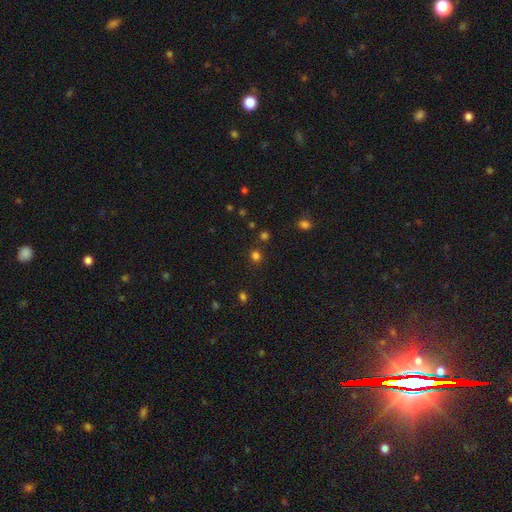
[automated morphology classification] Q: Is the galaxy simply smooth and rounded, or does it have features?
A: smooth — 74%.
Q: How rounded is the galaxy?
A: round — 89%.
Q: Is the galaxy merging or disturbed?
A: none — 84%.